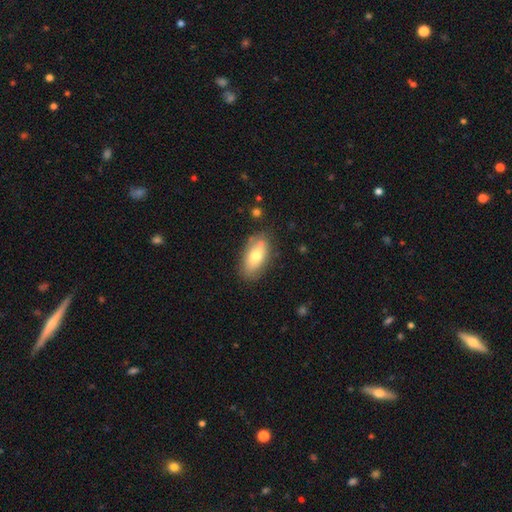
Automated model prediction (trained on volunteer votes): Smooth or featured: smooth — 69% (featured or disk — 24%)
How rounded: in between — 90% (cigar-shaped — 6%)
Merging: none — 78% (minor disturbance — 16%)